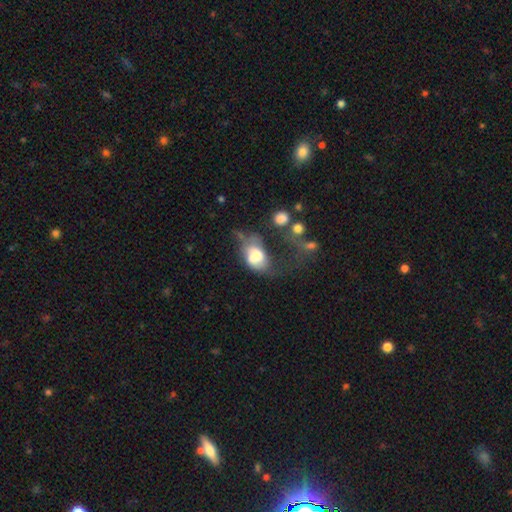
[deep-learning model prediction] Q: Smooth or featured?
A: smooth (56%); runner-up: featured or disk (33%)
Q: How rounded?
A: in between (82%); runner-up: round (17%)
Q: Merging?
A: major disturbance (39%); runner-up: merger (25%)